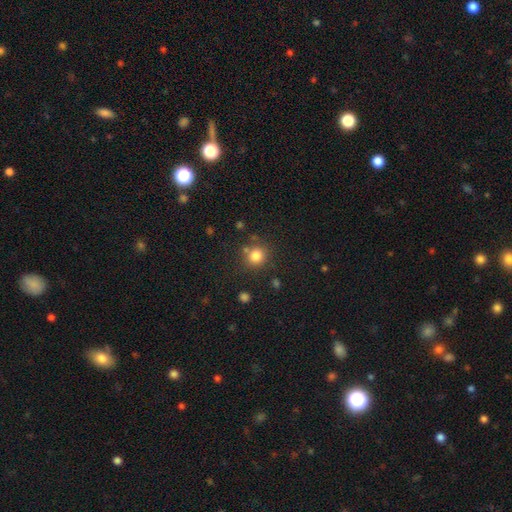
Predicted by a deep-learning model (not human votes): This appears to be a smooth galaxy with no disk features (82%) that is round (91%). Merging: none (76%).